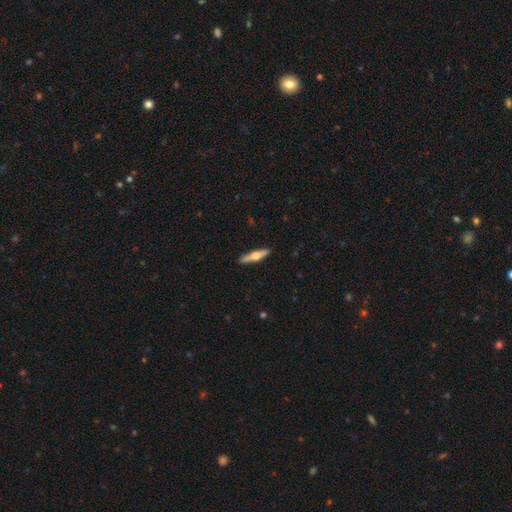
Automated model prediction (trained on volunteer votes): Smooth or featured?
  - featured or disk: 52% *
  - smooth: 43%
  - star or artifact: 5%
Edge-on disk?
  - yes: 93% *
  - no: 7%
Merging?
  - none: 91% *
  - minor disturbance: 7%
  - major disturbance: 1%
  - merger: 1%